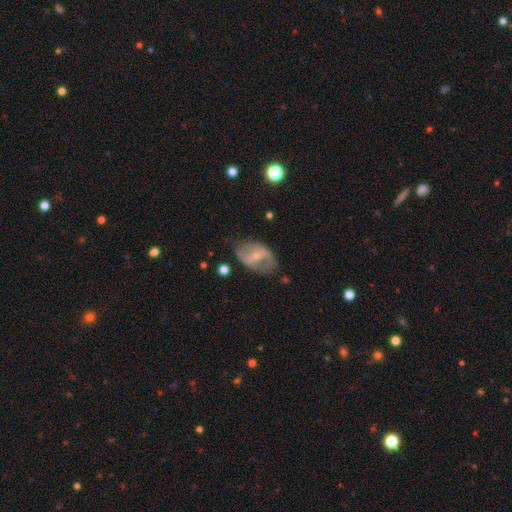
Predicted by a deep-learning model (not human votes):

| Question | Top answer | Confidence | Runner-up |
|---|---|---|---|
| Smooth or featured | featured or disk | 63% | smooth (30%) |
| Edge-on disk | no | 92% | yes (8%) |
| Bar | strong | 39% | weak (38%) |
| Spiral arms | yes | 52% | no (48%) |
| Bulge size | small | 57% | moderate (38%) |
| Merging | none | 66% | minor disturbance (23%) |